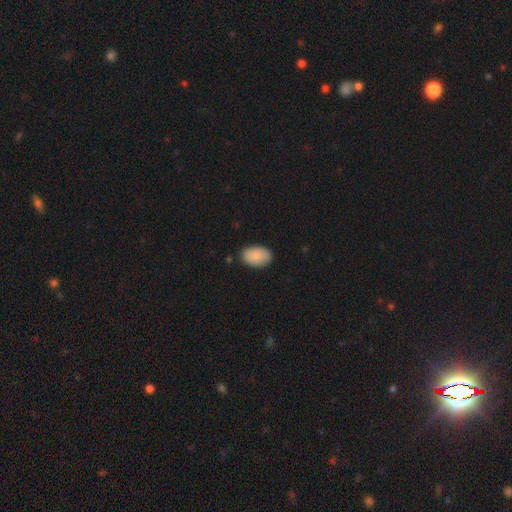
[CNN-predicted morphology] The model was most divided on "merging": none: 85%, minor disturbance: 11%, major disturbance: 2%, merger: 1%. More confident: how rounded — in between (92%); smooth or featured — smooth (89%).